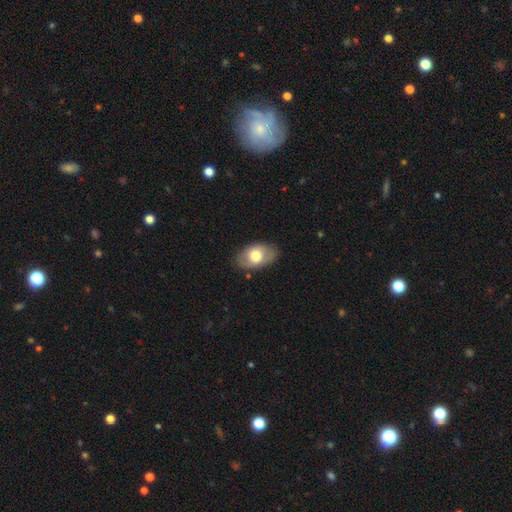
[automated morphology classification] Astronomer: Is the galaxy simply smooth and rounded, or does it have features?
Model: smooth — 68%.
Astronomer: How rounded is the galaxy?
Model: in between — 91%.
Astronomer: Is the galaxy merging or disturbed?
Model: none — 82%.